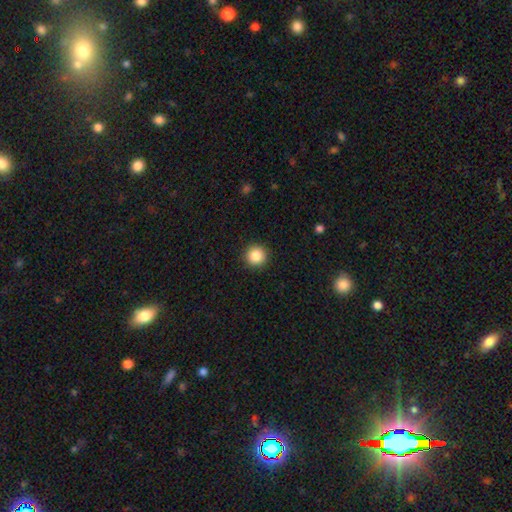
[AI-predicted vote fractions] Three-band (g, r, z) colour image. It shows a smooth galaxy with no disk features (86%) that is round (96%). Merging: none (93%).